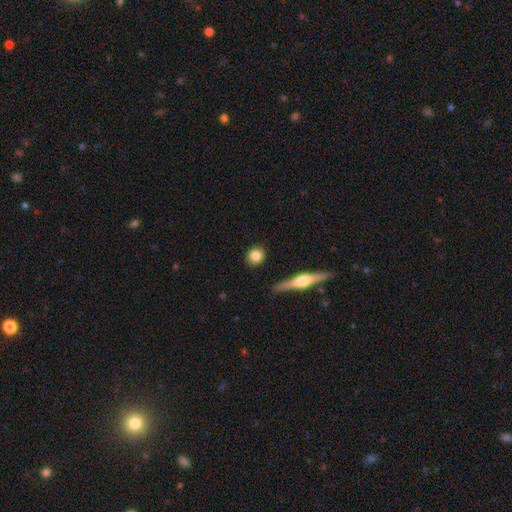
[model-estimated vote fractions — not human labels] Smooth or featured? Predicted: smooth (p=0.79). How rounded? Predicted: round (p=0.83). Merging? Predicted: none (p=0.89).